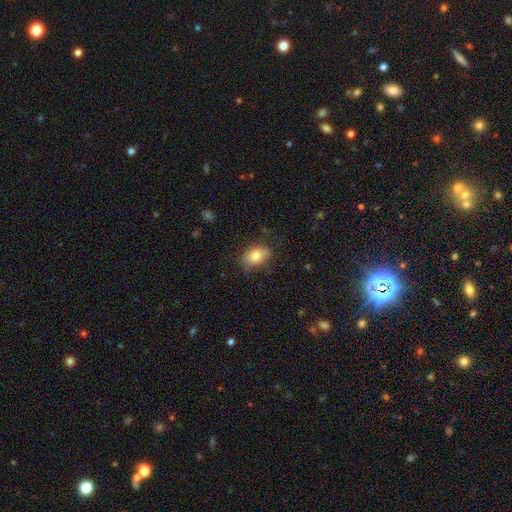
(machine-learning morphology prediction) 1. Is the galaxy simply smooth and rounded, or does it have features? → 80% smooth, 12% featured or disk, 8% star or artifact.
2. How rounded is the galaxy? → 84% in between, 14% round, 1% cigar-shaped.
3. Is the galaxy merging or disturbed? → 77% none, 17% minor disturbance, 5% major disturbance, 1% merger.